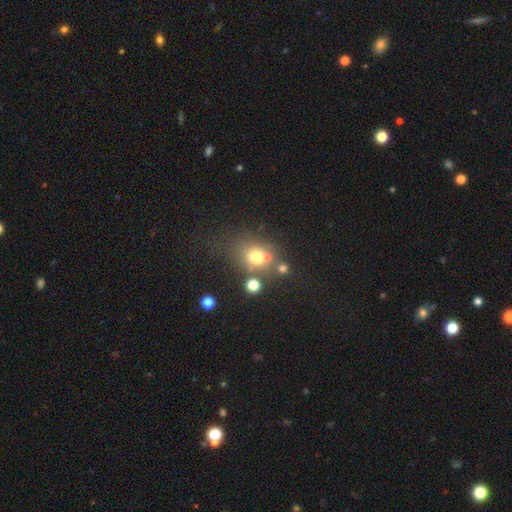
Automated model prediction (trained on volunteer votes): Smooth or featured?
  - smooth: 62% *
  - star or artifact: 22%
  - featured or disk: 17%
How rounded?
  - round: 66% *
  - in between: 32%
  - cigar-shaped: 1%
Merging?
  - none: 55% *
  - merger: 24%
  - minor disturbance: 13%
  - major disturbance: 8%